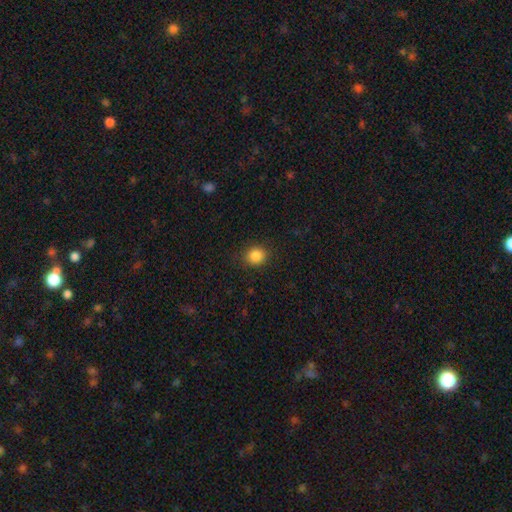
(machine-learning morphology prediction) Q: Smooth or featured?
A: smooth (87%); runner-up: star or artifact (10%)
Q: How rounded?
A: round (84%); runner-up: in between (15%)
Q: Merging?
A: none (88%); runner-up: minor disturbance (8%)